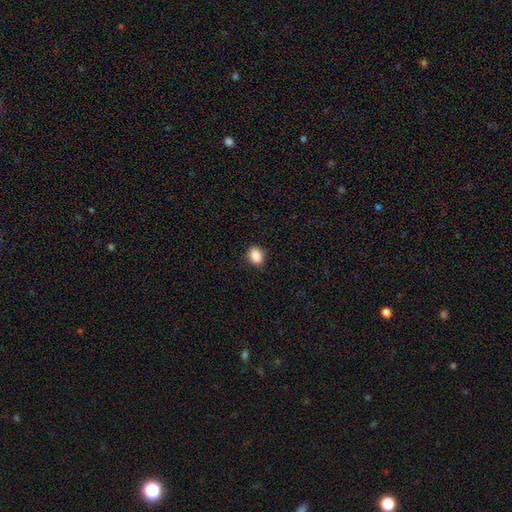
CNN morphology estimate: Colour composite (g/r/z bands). It shows a smooth galaxy with no disk features (88%) that is in between round and cigar-shaped (60%). Merging: none (88%).